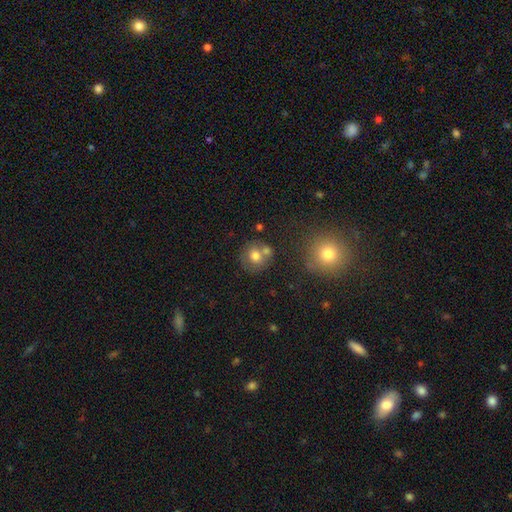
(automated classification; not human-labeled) Morphology: type=smooth (72%); roundness=round (83%); merging=none (54%).